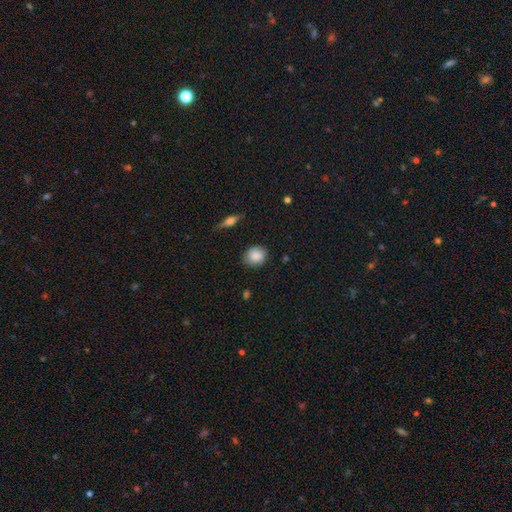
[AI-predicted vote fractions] Smooth or featured: smooth — 86% (star or artifact — 8%)
How rounded: round — 70% (in between — 28%)
Merging: none — 81% (minor disturbance — 15%)